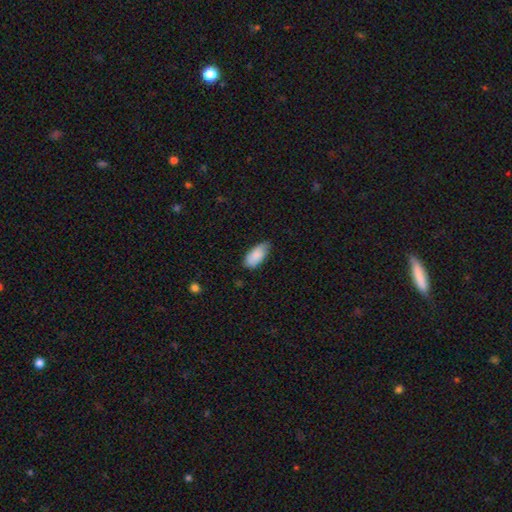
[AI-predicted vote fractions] Morphology: type=smooth (87%); roundness=in between (92%); merging=none (71%).